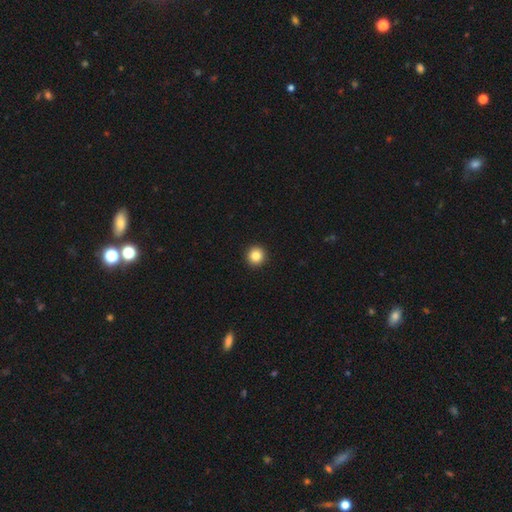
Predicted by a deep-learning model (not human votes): This appears to be a smooth galaxy with no disk features (84%) that is round (95%). Merging: none (94%).